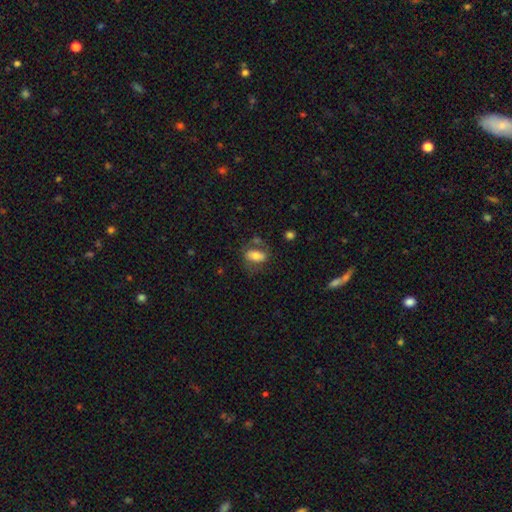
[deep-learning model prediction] A smooth galaxy with no disk features (66%) that is in between round and cigar-shaped (85%).

Vote fractions:
- Smooth or featured? smooth: 66% / featured or disk: 26% / star or artifact: 8%
- How rounded? in between: 85% / cigar-shaped: 8% / round: 7%
- Merging? none: 56% / minor disturbance: 20% / major disturbance: 15% / merger: 9%